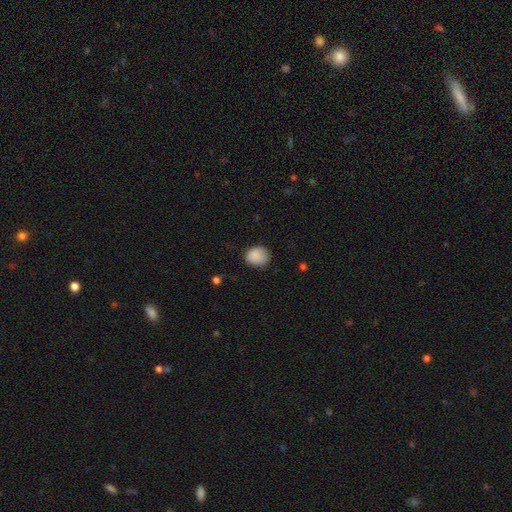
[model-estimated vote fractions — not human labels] Smooth or featured?
  - smooth: 87% *
  - star or artifact: 9%
  - featured or disk: 4%
How rounded?
  - round: 65% *
  - in between: 34%
  - cigar-shaped: 1%
Merging?
  - none: 70% *
  - minor disturbance: 24%
  - major disturbance: 5%
  - merger: 1%